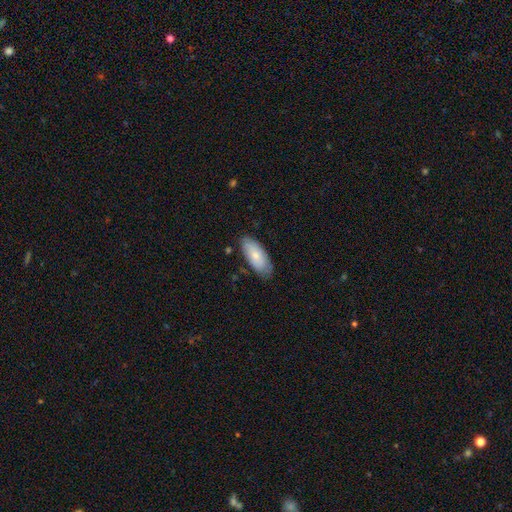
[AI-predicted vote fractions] smooth_or_featured: smooth (p=0.74) [alt: featured or disk p=0.20]
how_rounded: in between (p=0.87) [alt: cigar-shaped p=0.11]
merging: none (p=0.76) [alt: minor disturbance p=0.19]